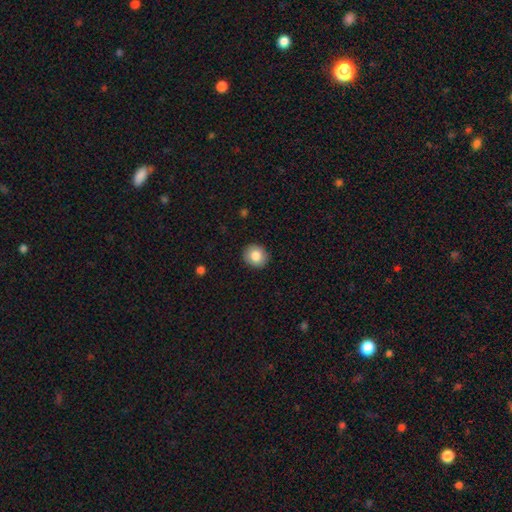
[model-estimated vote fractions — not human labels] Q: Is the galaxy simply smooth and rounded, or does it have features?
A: smooth — 83%.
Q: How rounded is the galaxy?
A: round — 81%.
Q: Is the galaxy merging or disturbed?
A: none — 91%.